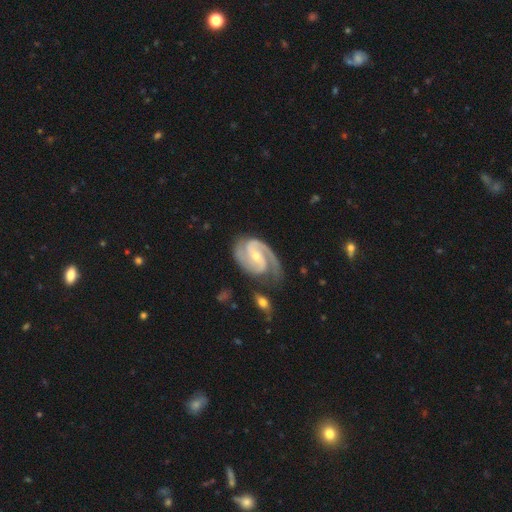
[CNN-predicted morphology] Smooth or featured? Predicted: featured or disk (p=0.92). Edge-on disk? Predicted: no (p=0.98). Bar? Predicted: weak (p=0.44). Spiral arms? Predicted: yes (p=0.98). Spiral winding? Predicted: medium (p=0.50). Spiral arm count? Predicted: 2 (p=0.83). Bulge size? Predicted: small (p=0.57). Merging? Predicted: none (p=0.64).